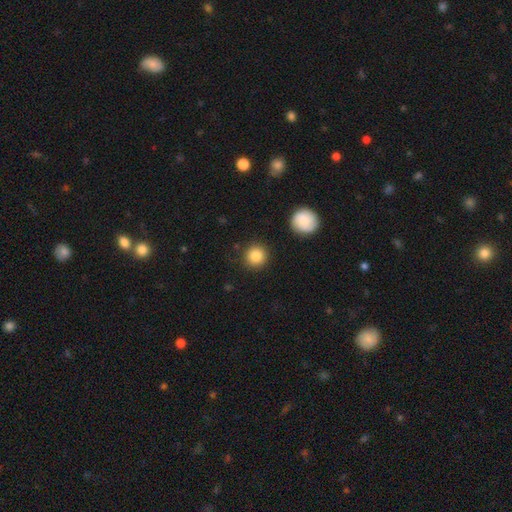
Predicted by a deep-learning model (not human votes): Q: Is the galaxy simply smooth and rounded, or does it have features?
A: smooth — 86%.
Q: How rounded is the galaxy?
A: round — 94%.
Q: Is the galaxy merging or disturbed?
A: none — 89%.